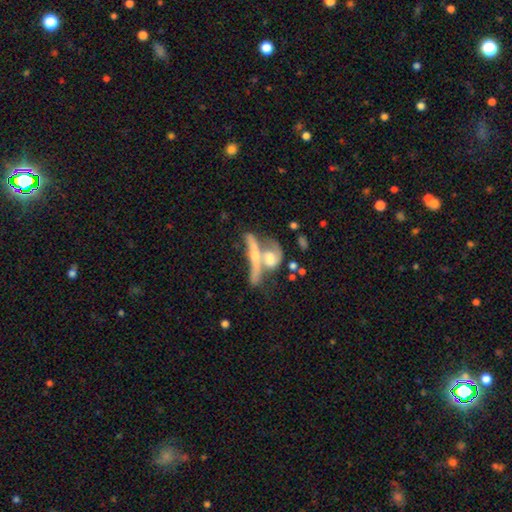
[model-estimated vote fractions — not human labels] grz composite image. It shows a featured or disk galaxy (64%) viewed edge-on (65%). Merging: merger (54%).